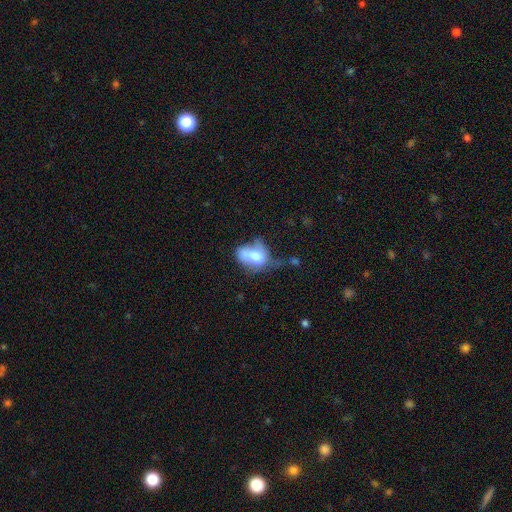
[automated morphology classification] smooth 62%, featured or disk 28%, star or artifact 10%. Down the decision tree: how rounded — in between (75%); merging — major disturbance (29%, tied with merger).